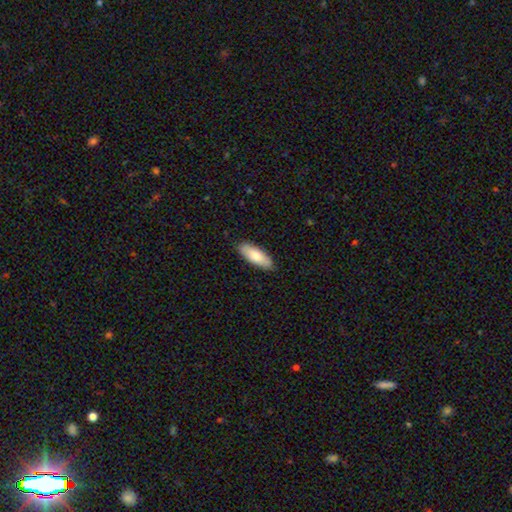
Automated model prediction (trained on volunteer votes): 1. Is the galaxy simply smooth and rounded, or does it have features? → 80% smooth, 15% featured or disk, 5% star or artifact.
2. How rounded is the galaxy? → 73% in between, 25% cigar-shaped, 2% round.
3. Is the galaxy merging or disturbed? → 87% none, 10% minor disturbance, 2% major disturbance, 1% merger.